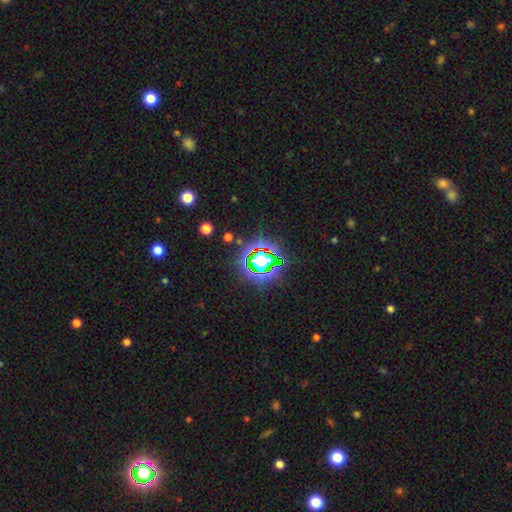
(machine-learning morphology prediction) star or artifact 69%, smooth 20%, featured or disk 11%.